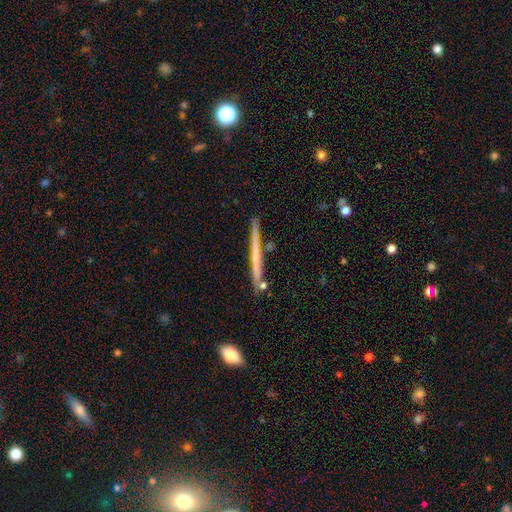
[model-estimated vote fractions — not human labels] Smooth or featured? Predicted: featured or disk (p=0.52). Edge-on disk? Predicted: yes (p=0.97). Edge-on bulge? Predicted: none (p=0.86). Merging? Predicted: none (p=0.86).